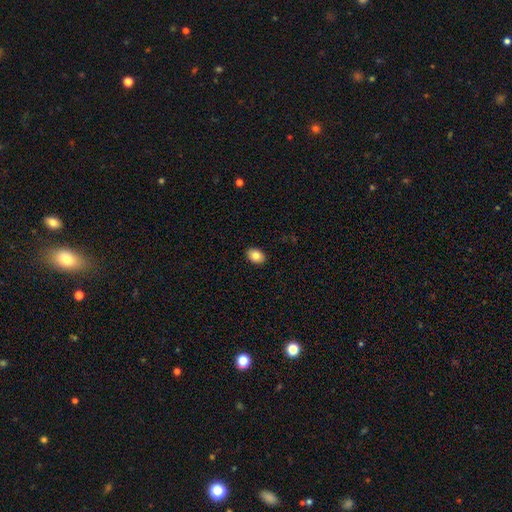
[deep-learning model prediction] Smooth or featured: smooth — 84% (featured or disk — 9%)
How rounded: in between — 79% (round — 20%)
Merging: none — 90% (minor disturbance — 7%)